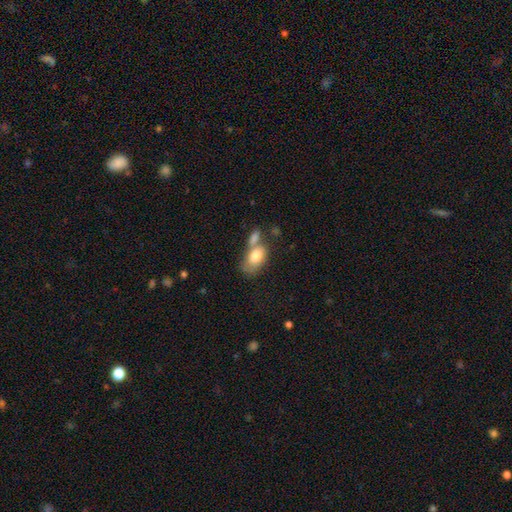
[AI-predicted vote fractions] smooth-or-featured: smooth: 78% | featured or disk: 15% | star or artifact: 7%
  how-rounded: in between: 89% | round: 8% | cigar-shaped: 3%
  merging: merger: 42% | none: 34% | minor disturbance: 16% | major disturbance: 8%